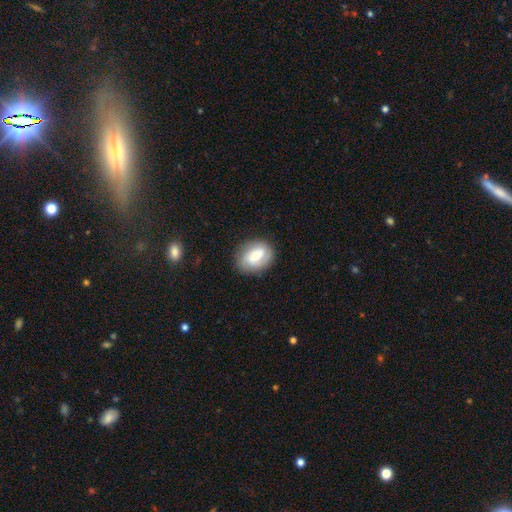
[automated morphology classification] Smooth or featured?
  - smooth: 54% *
  - featured or disk: 38%
  - star or artifact: 8%
How rounded?
  - in between: 60% *
  - round: 39%
  - cigar-shaped: 1%
Merging?
  - none: 81% *
  - minor disturbance: 14%
  - major disturbance: 4%
  - merger: 1%